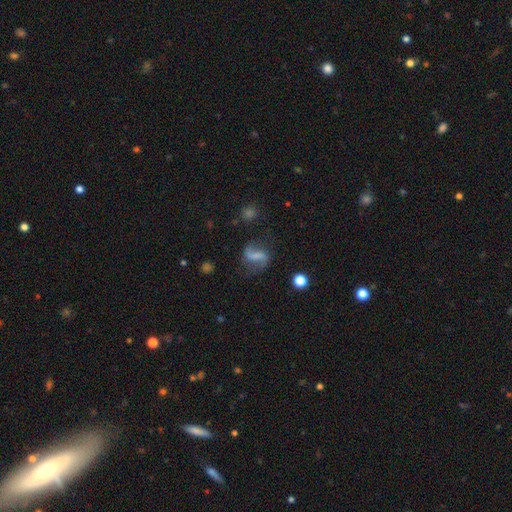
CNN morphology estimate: featured or disk 74%, smooth 17%, star or artifact 9%. Down the decision tree: edge-on disk — no (97%); bar — strong (51%); spiral arms — yes (93%); spiral arm count — 2 (91%); spiral winding — loose (69%); bulge size — none (57%); merging — none (72%).